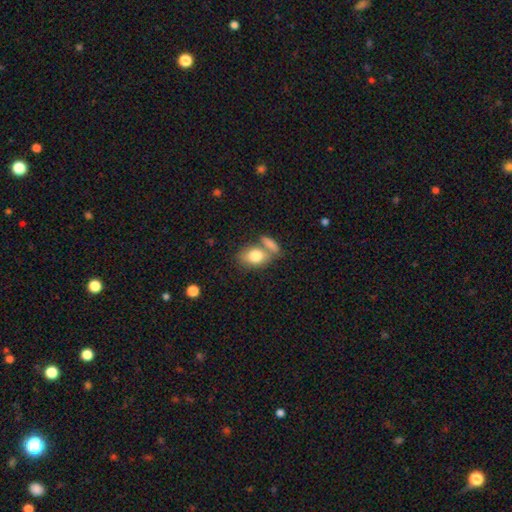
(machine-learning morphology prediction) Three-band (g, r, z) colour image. It shows a smooth galaxy with no disk features (80%) that is in between round and cigar-shaped (80%). Merging: none (44%).